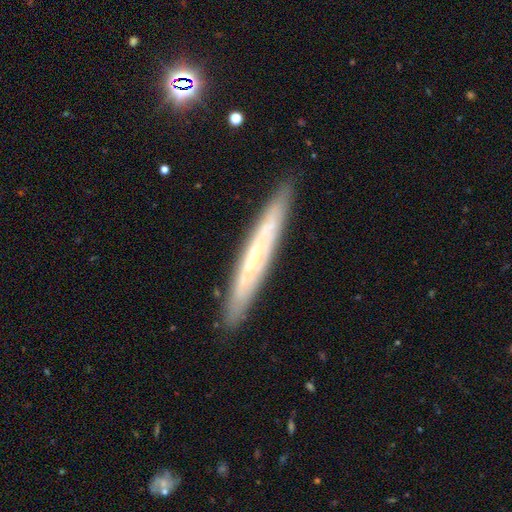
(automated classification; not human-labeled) Smooth or featured? featured or disk (60%)
Edge-on disk? yes (83%)
Merging? none (89%)